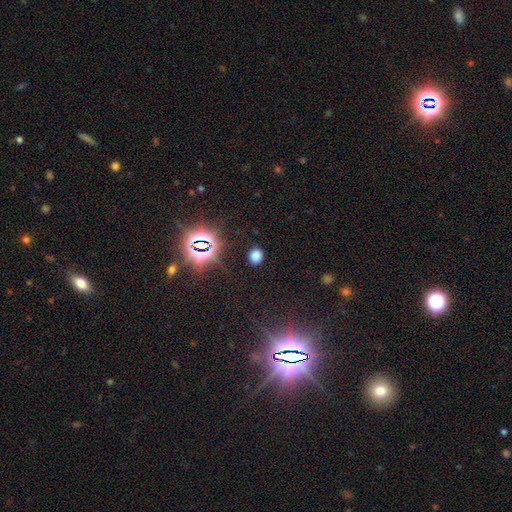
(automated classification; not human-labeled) Q: Smooth or featured?
A: smooth (71%); runner-up: star or artifact (24%)
Q: How rounded?
A: round (61%); runner-up: in between (38%)
Q: Merging?
A: none (86%); runner-up: minor disturbance (9%)